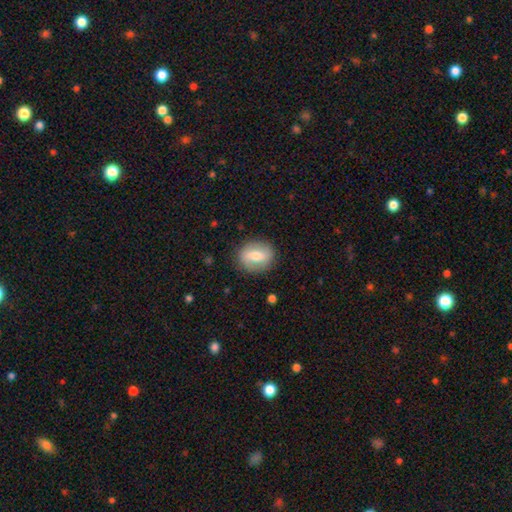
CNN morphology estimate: type=smooth (55%); roundness=round (64%); merging=none (85%).